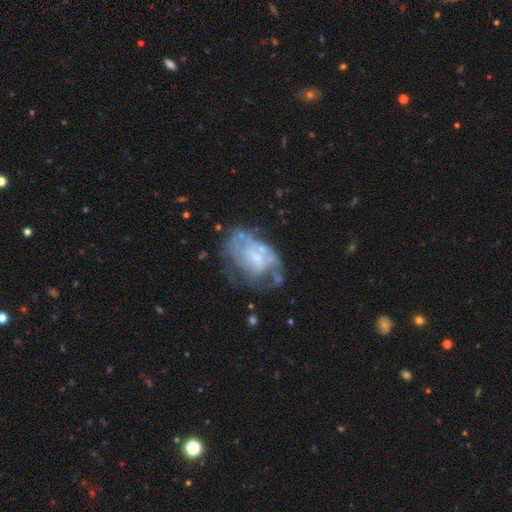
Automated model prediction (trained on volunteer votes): Smooth or featured: featured or disk — 68% (smooth — 23%)
Edge-on disk: no — 97% (yes — 3%)
Bar: no — 67% (weak — 28%)
Spiral arms: no — 54% (yes — 46%)
Bulge size: small — 47% (moderate — 27%)
Merging: none — 41% (major disturbance — 28%)